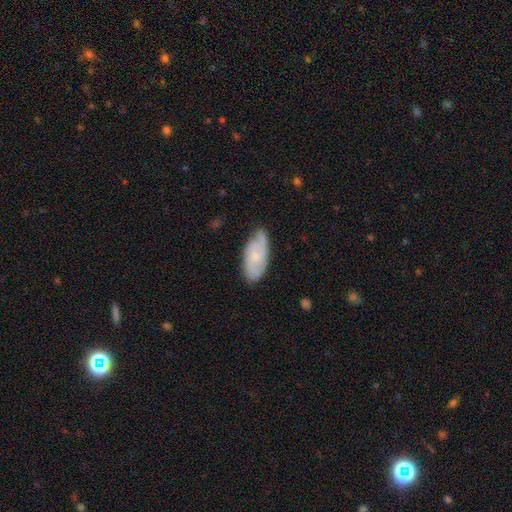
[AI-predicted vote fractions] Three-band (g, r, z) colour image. It shows a featured or disk galaxy (52%). Merging: none (67%).